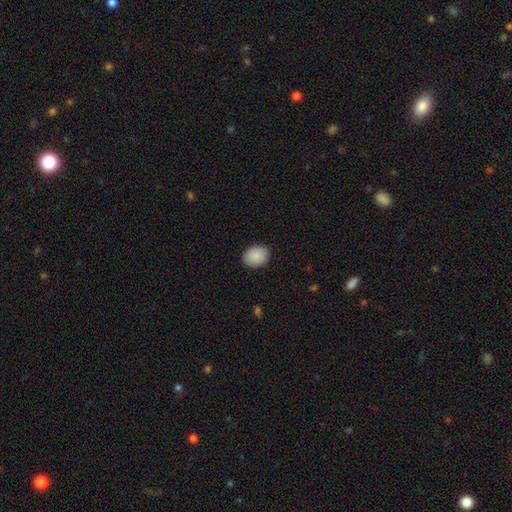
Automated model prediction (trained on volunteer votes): The model was most divided on "how rounded": in between: 62%, round: 38%, cigar-shaped: 1%. More confident: smooth or featured — smooth (89%); merging — none (88%).